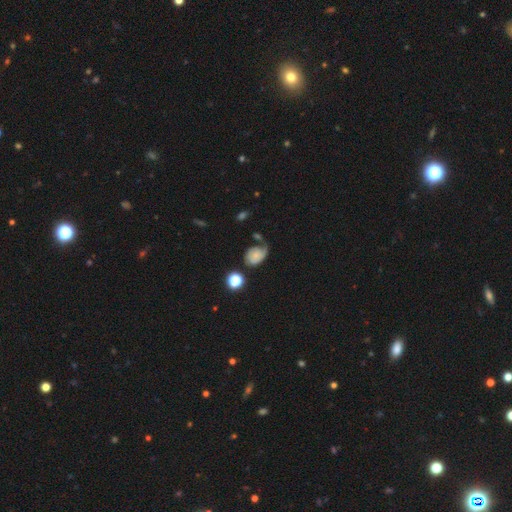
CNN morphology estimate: smooth 51%, featured or disk 38%, star or artifact 11%. Down the decision tree: how rounded — in between (61%); merging — none (34%).